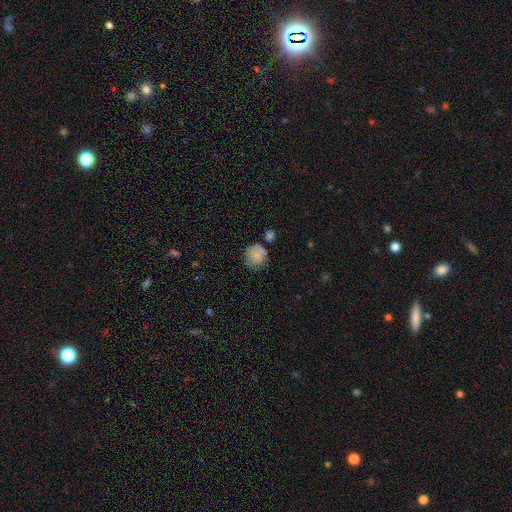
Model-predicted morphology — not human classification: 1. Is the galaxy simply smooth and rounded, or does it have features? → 77% smooth, 14% featured or disk, 9% star or artifact.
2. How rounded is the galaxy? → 86% round, 13% in between, 1% cigar-shaped.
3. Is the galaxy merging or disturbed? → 62% none, 21% minor disturbance, 11% merger, 6% major disturbance.